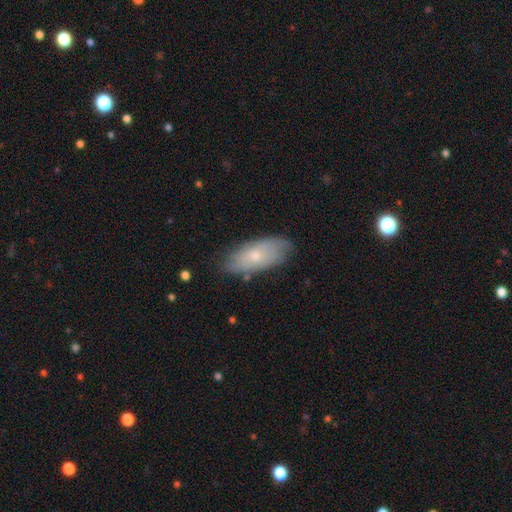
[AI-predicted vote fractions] Smooth or featured?
  - smooth: 57% *
  - featured or disk: 36%
  - star or artifact: 7%
How rounded?
  - in between: 87% *
  - cigar-shaped: 10%
  - round: 3%
Merging?
  - none: 75% *
  - minor disturbance: 20%
  - major disturbance: 4%
  - merger: 1%